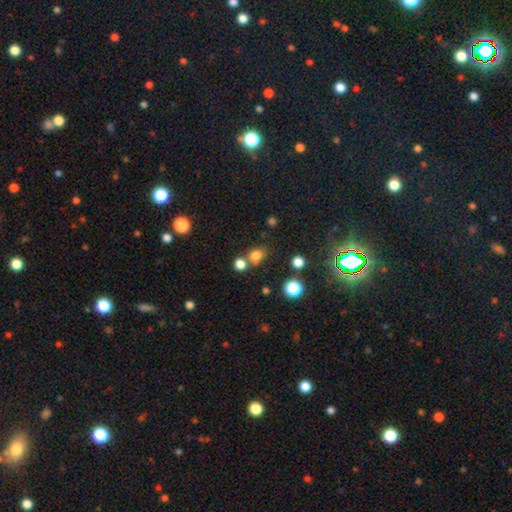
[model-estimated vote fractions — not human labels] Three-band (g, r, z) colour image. It shows a smooth galaxy with no disk features (77%) that is round (60%). Merging: none (61%).